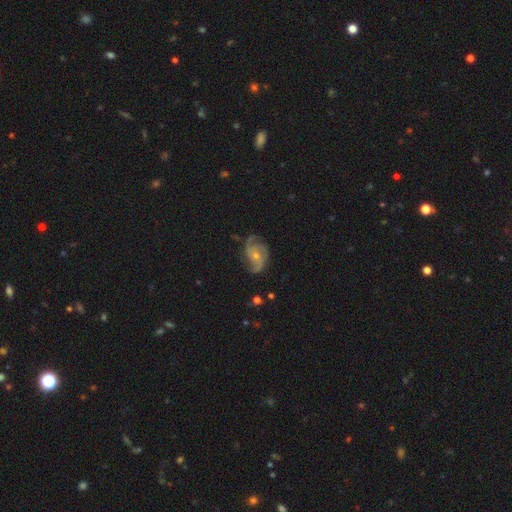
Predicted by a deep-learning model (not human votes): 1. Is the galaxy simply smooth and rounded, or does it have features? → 84% featured or disk, 10% smooth, 6% star or artifact.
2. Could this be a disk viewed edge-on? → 98% no, 2% yes.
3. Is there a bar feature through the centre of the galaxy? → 70% no, 25% weak, 5% strong.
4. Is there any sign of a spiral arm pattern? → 96% yes, 4% no.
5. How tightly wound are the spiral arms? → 48% medium, 29% tight, 23% loose.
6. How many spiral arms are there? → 39% 3, 32% 2, 12% can't tell, 8% 4, 5% 1, 4% more than 4.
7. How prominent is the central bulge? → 53% small, 43% moderate, 2% none, 1% large, 1% dominant.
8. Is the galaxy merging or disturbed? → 63% none, 24% minor disturbance, 11% major disturbance, 2% merger.